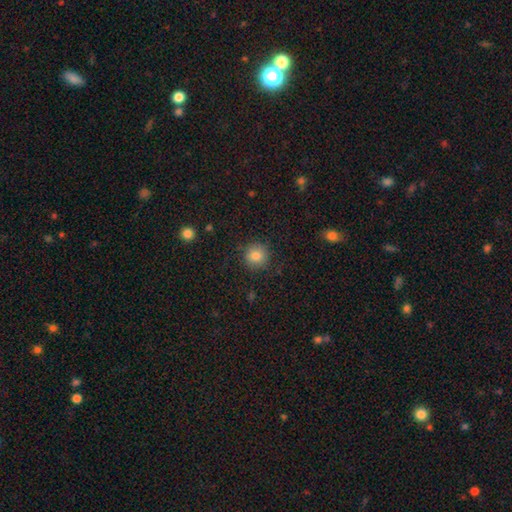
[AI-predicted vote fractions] Smooth or featured?
  - smooth: 84% *
  - star or artifact: 10%
  - featured or disk: 5%
How rounded?
  - round: 92% *
  - in between: 7%
  - cigar-shaped: 1%
Merging?
  - none: 87% *
  - minor disturbance: 9%
  - major disturbance: 3%
  - merger: 1%